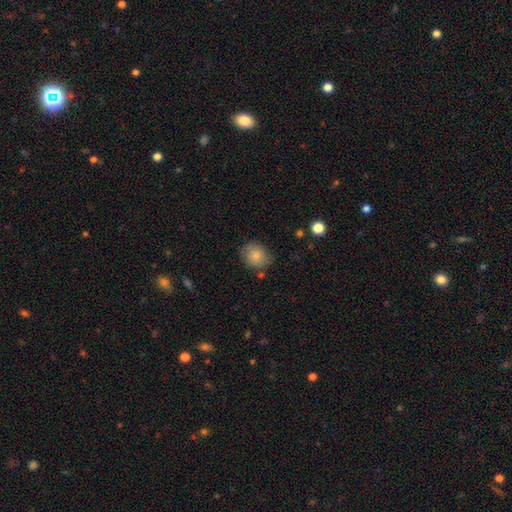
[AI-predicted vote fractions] Smooth or featured?
  - smooth: 81% *
  - featured or disk: 11%
  - star or artifact: 8%
How rounded?
  - round: 66% *
  - in between: 33%
  - cigar-shaped: 1%
Merging?
  - none: 73% *
  - minor disturbance: 19%
  - major disturbance: 5%
  - merger: 3%